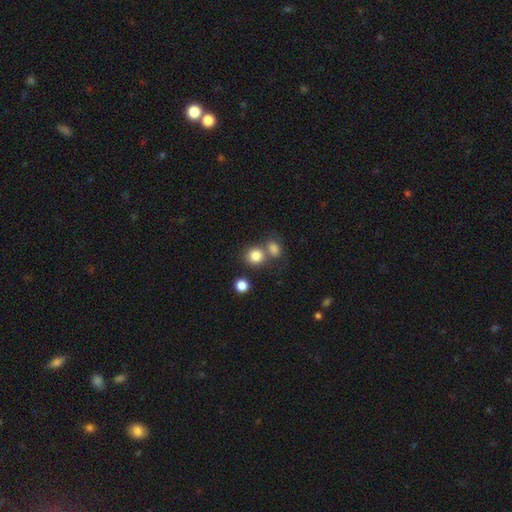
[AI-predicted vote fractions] Smooth or featured: smooth — 83% (star or artifact — 10%)
How rounded: round — 80% (in between — 19%)
Merging: none — 54% (merger — 33%)